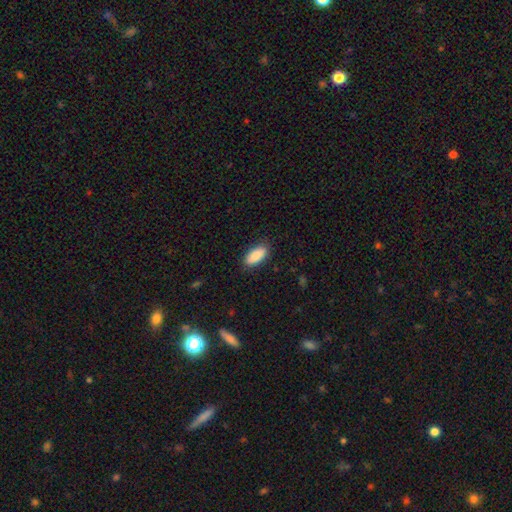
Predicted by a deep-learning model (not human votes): The model was most divided on "merging": none: 87%, minor disturbance: 10%, major disturbance: 2%, merger: 1%. More confident: how rounded — in between (87%); smooth or featured — smooth (86%).